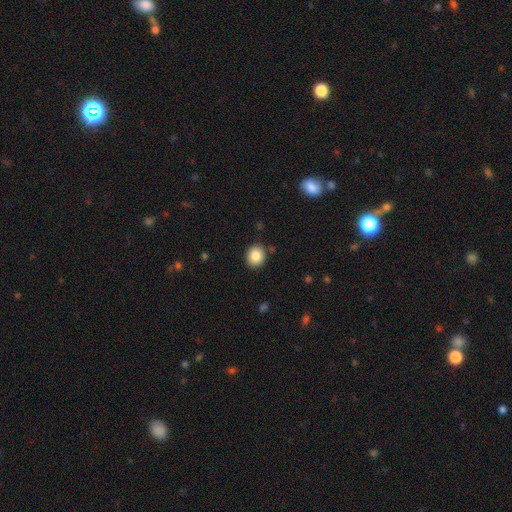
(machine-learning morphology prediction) A smooth galaxy with no disk features (85%) that is round (78%).

Vote fractions:
- Smooth or featured? smooth: 85% / star or artifact: 9% / featured or disk: 6%
- How rounded? round: 78% / in between: 22% / cigar-shaped: 1%
- Merging? none: 88% / minor disturbance: 8% / major disturbance: 2% / merger: 2%